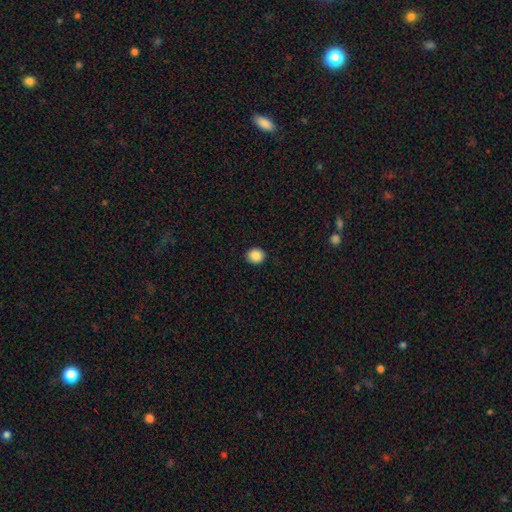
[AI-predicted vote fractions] Overall: smooth (89%). How rounded: round (81%). Merging: none (92%).